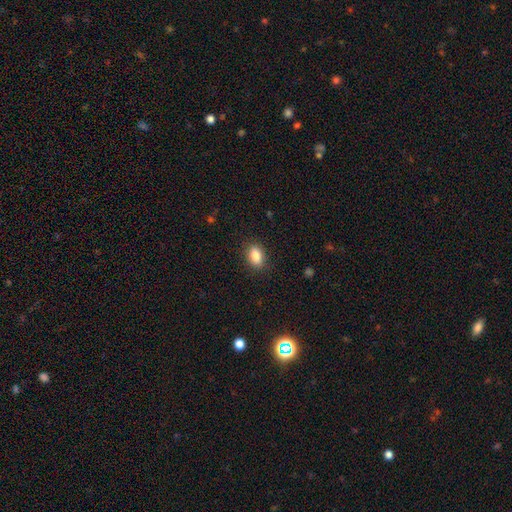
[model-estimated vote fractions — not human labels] Morphology: type=smooth (87%); roundness=in between (86%); merging=none (87%).